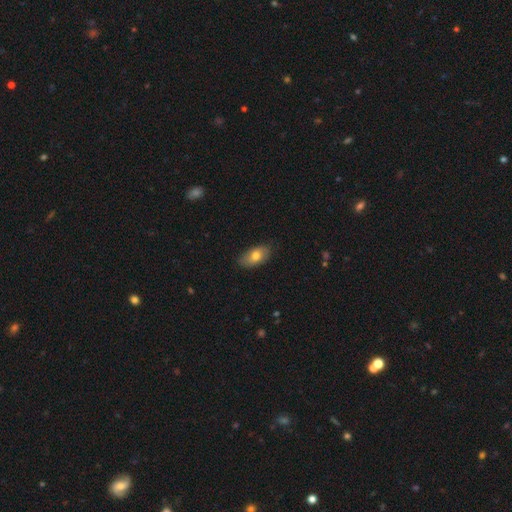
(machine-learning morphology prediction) A smooth galaxy with no disk features (74%) that is in between round and cigar-shaped (92%).

Vote fractions:
- Smooth or featured? smooth: 74% / featured or disk: 19% / star or artifact: 7%
- How rounded? in between: 92% / round: 5% / cigar-shaped: 3%
- Merging? none: 81% / minor disturbance: 15% / major disturbance: 2% / merger: 1%